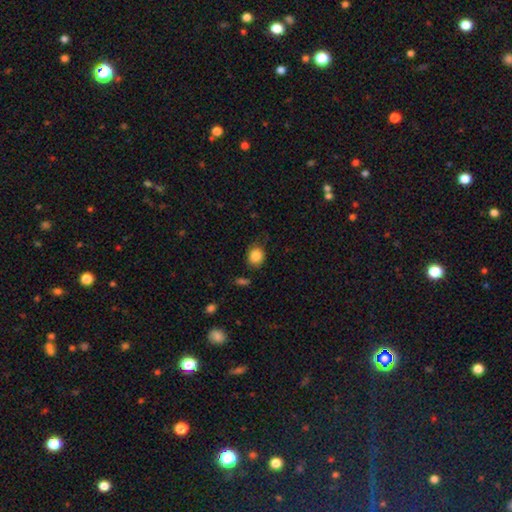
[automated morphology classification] Overall: smooth (86%). How rounded: round (69%; in between 30%). Merging: none (77%).